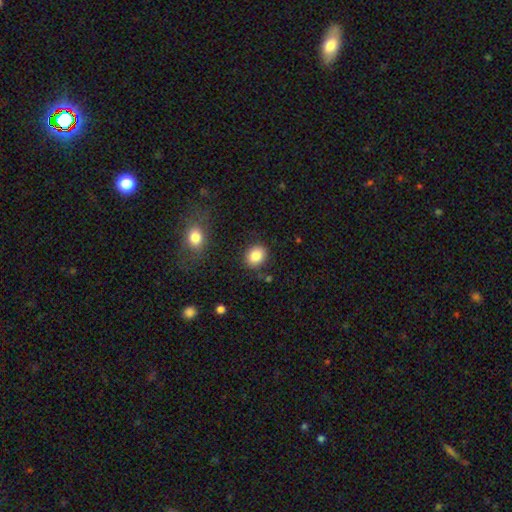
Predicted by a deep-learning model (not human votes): Q: Smooth or featured?
A: smooth (85%); runner-up: star or artifact (9%)
Q: How rounded?
A: round (58%); runner-up: in between (41%)
Q: Merging?
A: none (84%); runner-up: minor disturbance (10%)